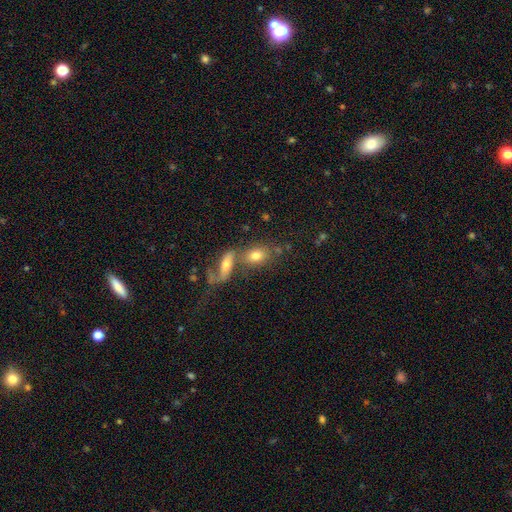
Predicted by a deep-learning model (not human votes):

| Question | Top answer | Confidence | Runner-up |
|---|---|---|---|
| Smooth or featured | smooth | 71% | featured or disk (20%) |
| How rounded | in between | 75% | round (19%) |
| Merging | none | 42% | tied: merger (42%) |